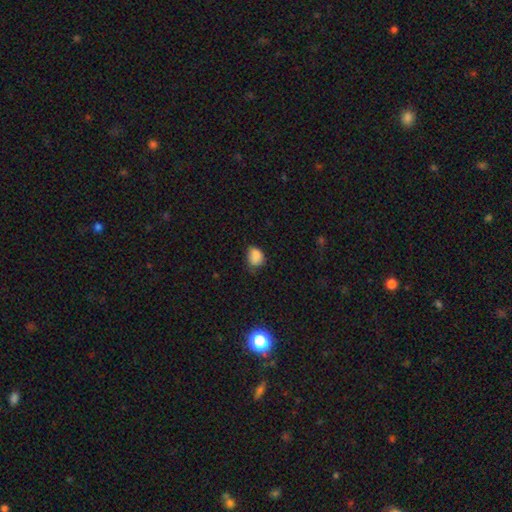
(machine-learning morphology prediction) This is clearly a smooth galaxy (82%). How rounded: possibly in between (56%). Merging: possibly none (53%).